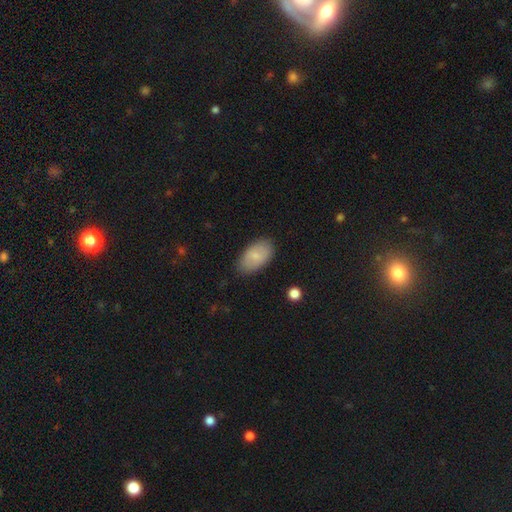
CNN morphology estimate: smooth-or-featured: smooth: 77% | featured or disk: 16% | star or artifact: 7%
  how-rounded: in between: 94% | round: 4% | cigar-shaped: 2%
  merging: none: 82% | minor disturbance: 14% | major disturbance: 3% | merger: 1%